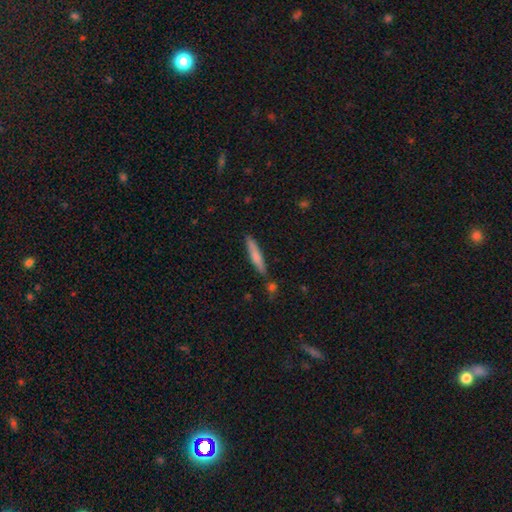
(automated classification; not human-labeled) A smooth galaxy with no disk features (73%) that is cigar-shaped (92%). Merging: none (81%).